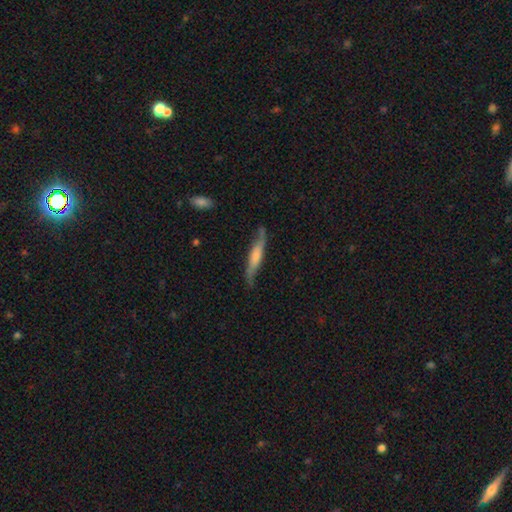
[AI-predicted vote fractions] A featured or disk galaxy (60%) viewed edge-on (69%). Merging: none (73%).